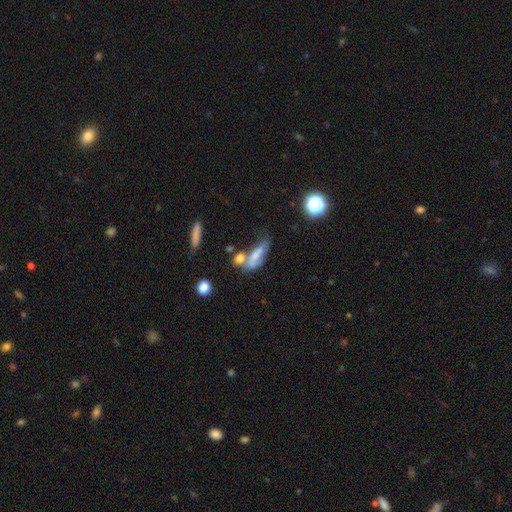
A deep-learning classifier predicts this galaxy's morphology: Smooth or featured: smooth — 56% (featured or disk — 33%)
How rounded: in between — 61% (cigar-shaped — 34%)
Merging: merger — 39% (none — 25%)